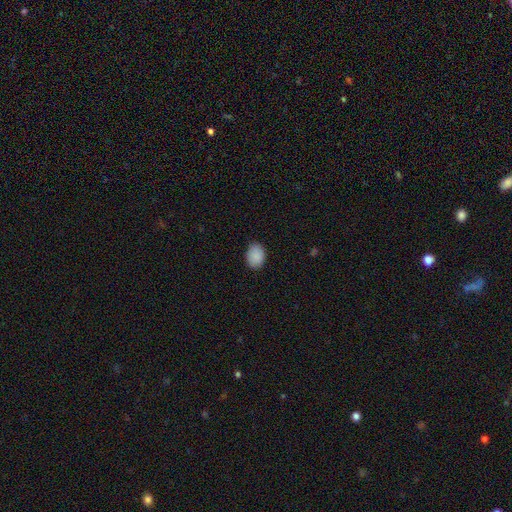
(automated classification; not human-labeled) Smooth or featured? Predicted: smooth (p=0.89). How rounded? Predicted: in between (p=0.69). Merging? Predicted: none (p=0.84).